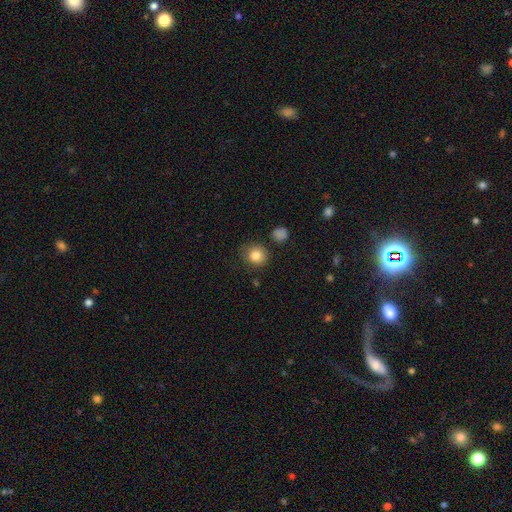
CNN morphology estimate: Smooth or featured?
  - smooth: 84% *
  - star or artifact: 10%
  - featured or disk: 6%
How rounded?
  - round: 83% *
  - in between: 16%
  - cigar-shaped: 1%
Merging?
  - none: 81% *
  - minor disturbance: 13%
  - major disturbance: 3%
  - merger: 3%